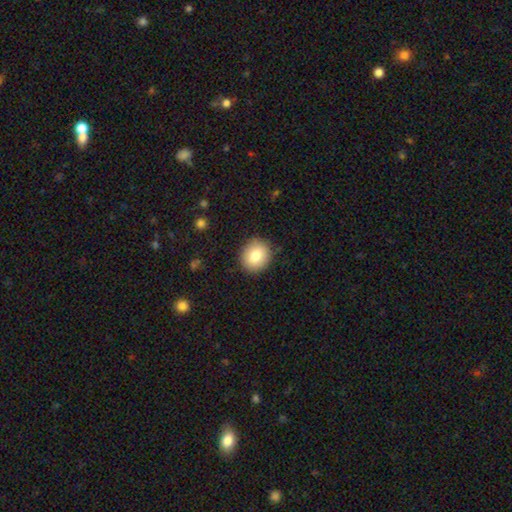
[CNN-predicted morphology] smooth_or_featured: smooth (p=0.81) [alt: featured or disk p=0.10]
how_rounded: round (p=0.72) [alt: in between p=0.27]
merging: none (p=0.88) [alt: minor disturbance p=0.09]